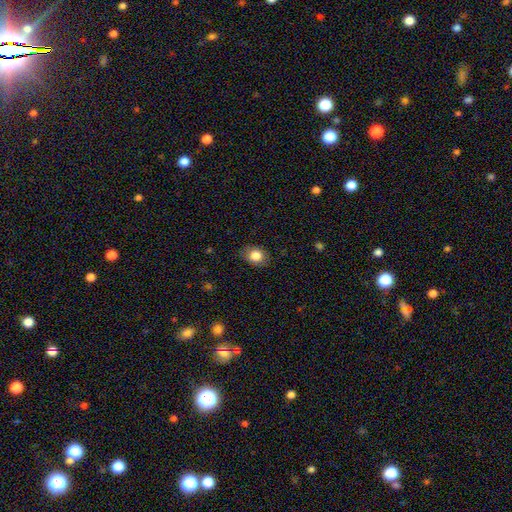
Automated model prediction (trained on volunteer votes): Overall: smooth (83%). How rounded: in between (54%; round 45%). Merging: none (82%).